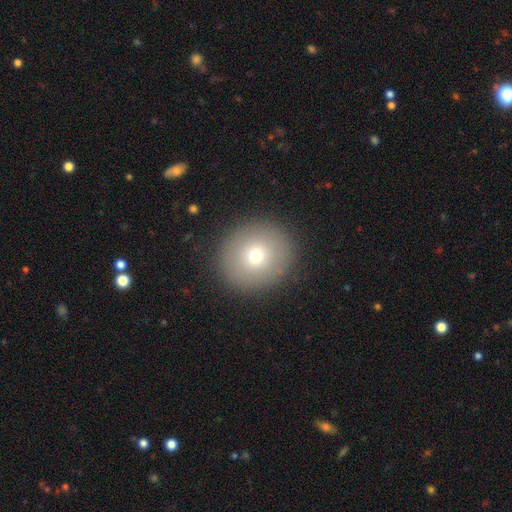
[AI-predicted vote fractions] Smooth or featured? smooth (73%)
How rounded? round (91%)
Merging? none (90%)